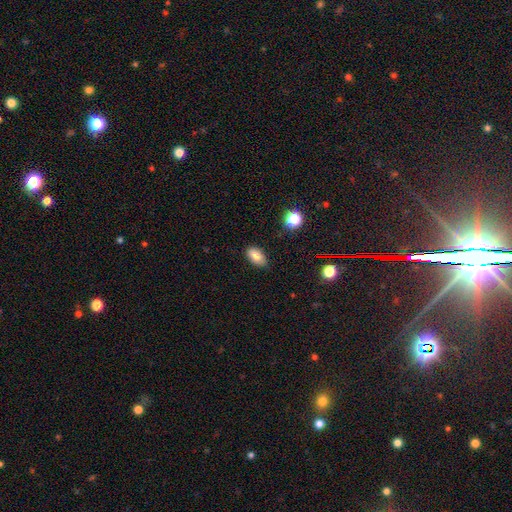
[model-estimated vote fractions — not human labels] This appears to be a smooth galaxy with no disk features (85%) that is in between round and cigar-shaped (91%). Merging: none (82%).